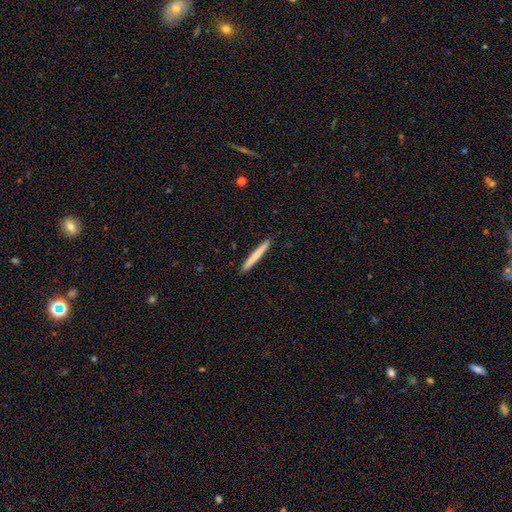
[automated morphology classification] Overall: smooth (71%). How rounded: cigar-shaped (97%). Merging: none (93%).